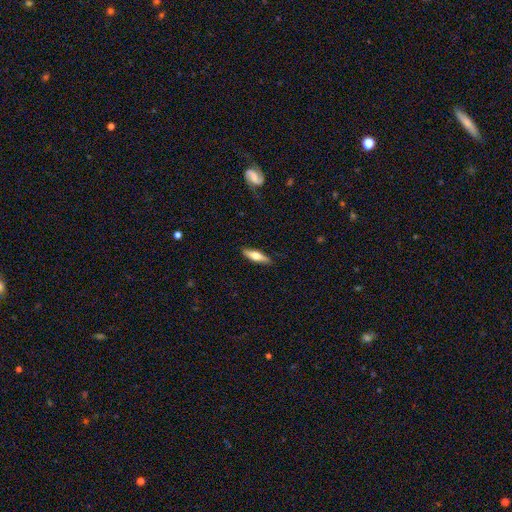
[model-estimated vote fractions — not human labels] A smooth galaxy with no disk features (57%) that is cigar-shaped (62%). Merging: none (87%).